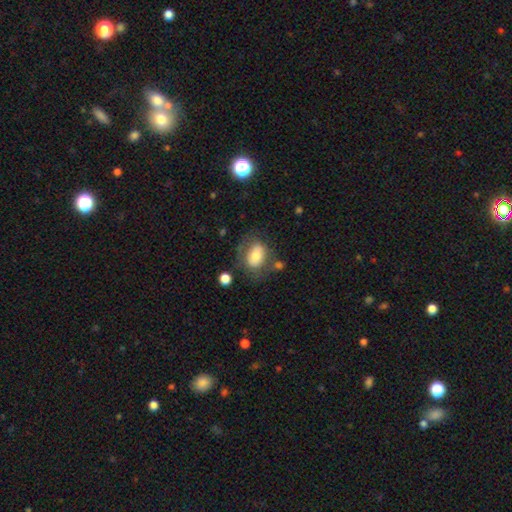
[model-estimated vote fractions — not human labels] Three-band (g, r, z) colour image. It shows a smooth galaxy with no disk features (69%) that is in between round and cigar-shaped (77%). Merging: none (56%).